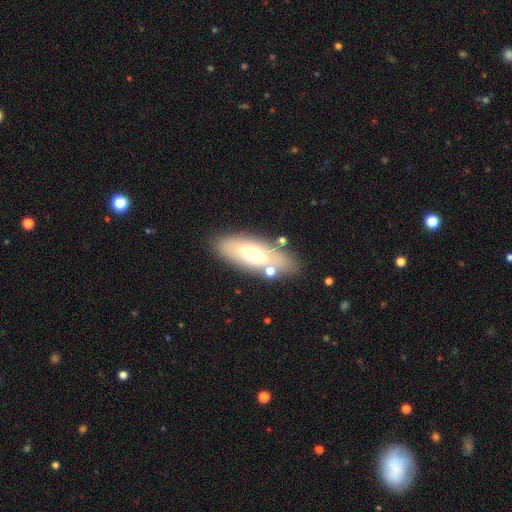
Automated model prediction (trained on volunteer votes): This is possibly a smooth galaxy (51%). How rounded: likely in between (75%). Merging: likely none (76%).